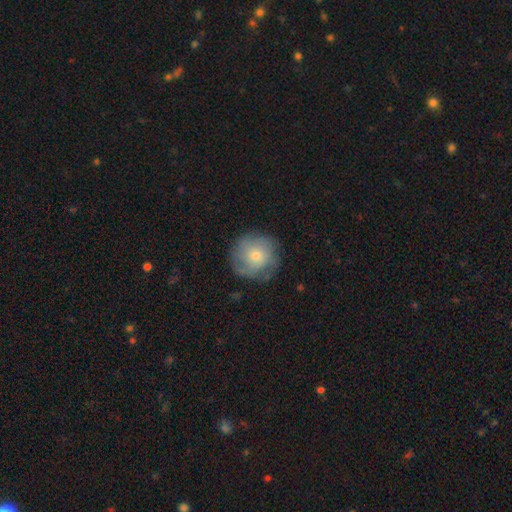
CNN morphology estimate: This appears to be a smooth galaxy with no disk features (59%) that is round (91%). Merging: none (74%).